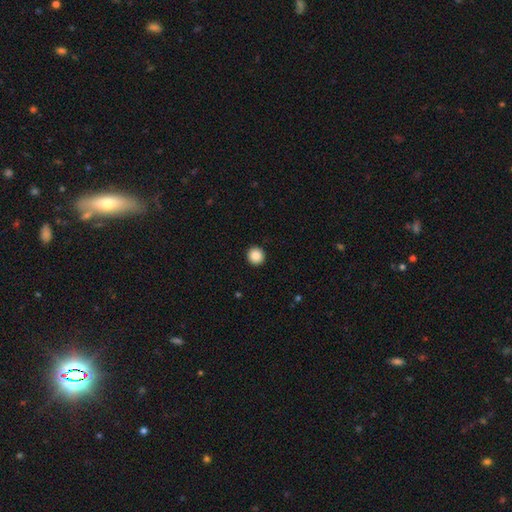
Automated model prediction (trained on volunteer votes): Smooth or featured? Predicted: smooth (p=0.87). How rounded? Predicted: round (p=0.95). Merging? Predicted: none (p=0.94).